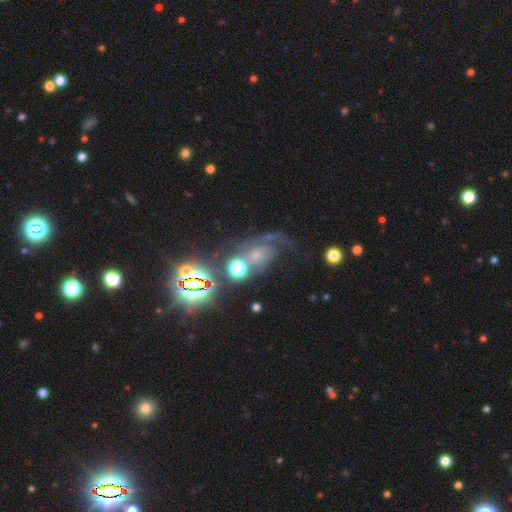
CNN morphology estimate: The model was most divided on "bulge size": small: 34%, moderate: 32%, none: 14%, large: 13%, dominant: 6%. Remaining: edge-on disk — no (96%); spiral arms — yes (80%); bar — no (74%); smooth or featured — featured or disk (52%); merging — none (39%).